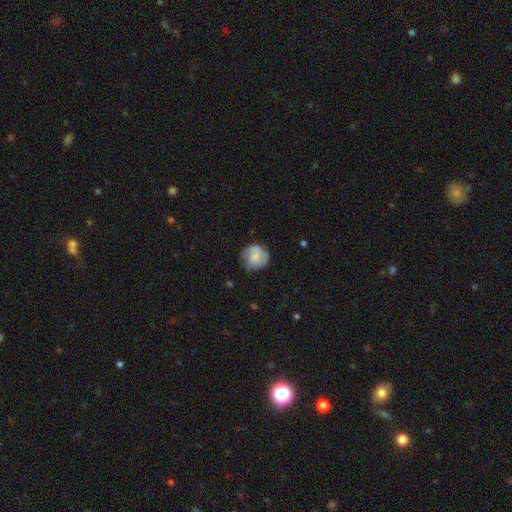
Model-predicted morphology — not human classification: This appears to be a smooth galaxy with no disk features (68%) that is round (83%). Merging: none (64%).